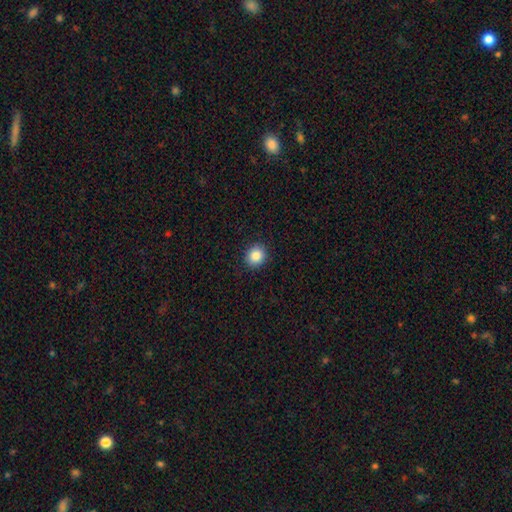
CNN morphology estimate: Smooth or featured?
  - smooth: 86% *
  - star or artifact: 9%
  - featured or disk: 5%
How rounded?
  - round: 82% *
  - in between: 17%
  - cigar-shaped: 1%
Merging?
  - none: 91% *
  - minor disturbance: 6%
  - major disturbance: 2%
  - merger: 1%